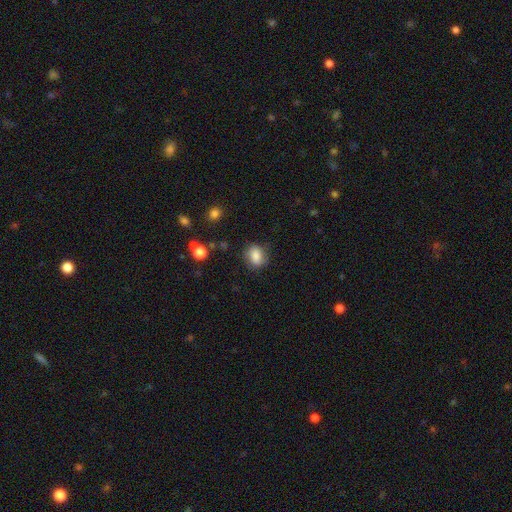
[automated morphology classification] The model was most divided on "how rounded": in between: 52%, round: 46%, cigar-shaped: 1%. More confident: smooth or featured — smooth (79%); merging — none (74%).